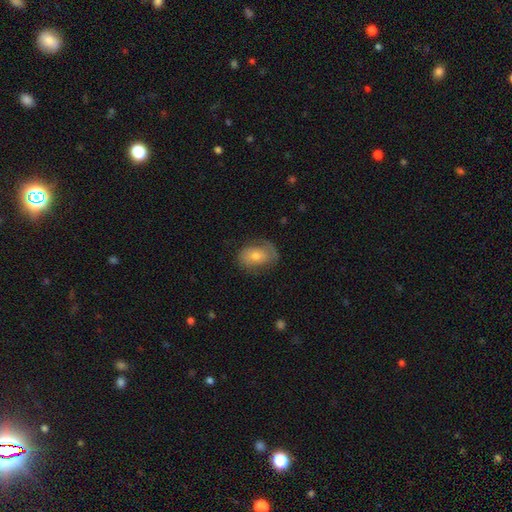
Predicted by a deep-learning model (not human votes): smooth_or_featured: featured or disk (p=0.50) [alt: smooth p=0.42]
merging: none (p=0.65) [alt: minor disturbance p=0.22]